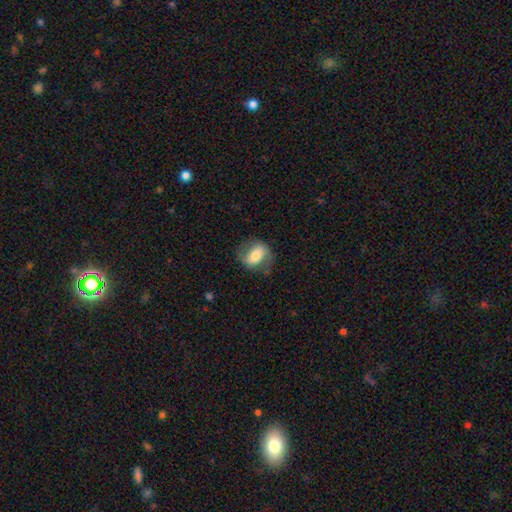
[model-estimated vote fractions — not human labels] Morphology: type=smooth (47%); merging=none (70%).